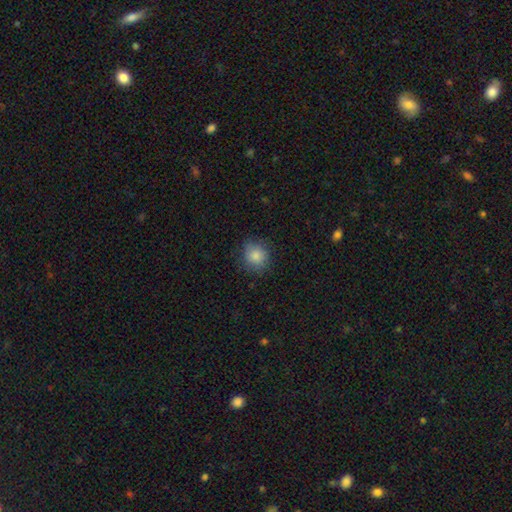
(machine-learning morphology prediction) A smooth galaxy with no disk features (85%) that is round (85%).

Vote fractions:
- Smooth or featured? smooth: 85% / star or artifact: 9% / featured or disk: 6%
- How rounded? round: 85% / in between: 14% / cigar-shaped: 1%
- Merging? none: 81% / minor disturbance: 14% / major disturbance: 4% / merger: 1%